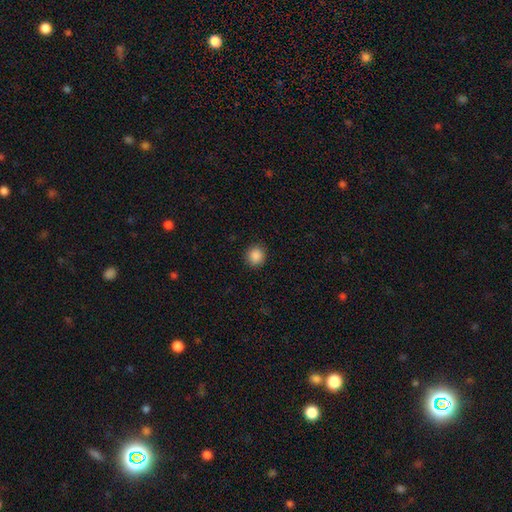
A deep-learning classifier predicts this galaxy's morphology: Smooth or featured? smooth (88%)
How rounded? round (87%)
Merging? none (90%)